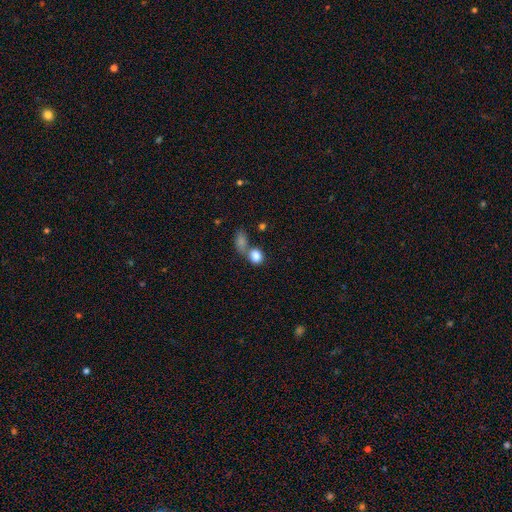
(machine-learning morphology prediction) This appears to be a smooth galaxy with no disk features (84%) that is round (64%). Merging: merger (46%).